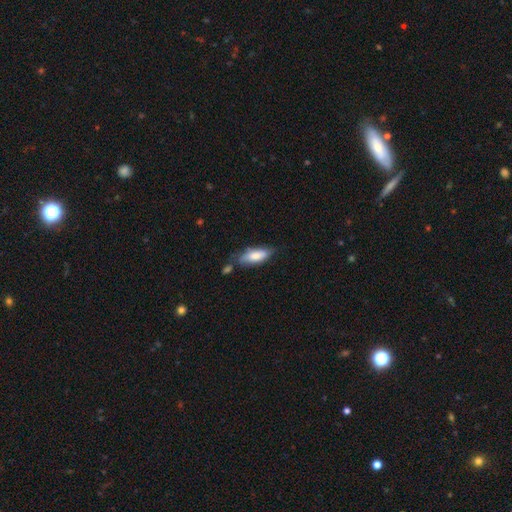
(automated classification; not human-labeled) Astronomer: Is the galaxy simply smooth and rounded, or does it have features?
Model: smooth — 76%.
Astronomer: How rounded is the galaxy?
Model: in between — 71%.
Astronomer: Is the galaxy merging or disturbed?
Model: none — 58%.